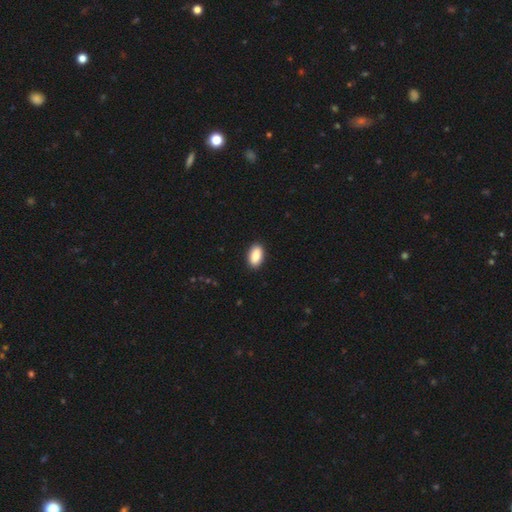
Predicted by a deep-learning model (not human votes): smooth_or_featured: smooth (p=0.89) [alt: star or artifact p=0.06]
how_rounded: in between (p=0.94) [alt: round p=0.04]
merging: none (p=0.91) [alt: minor disturbance p=0.07]